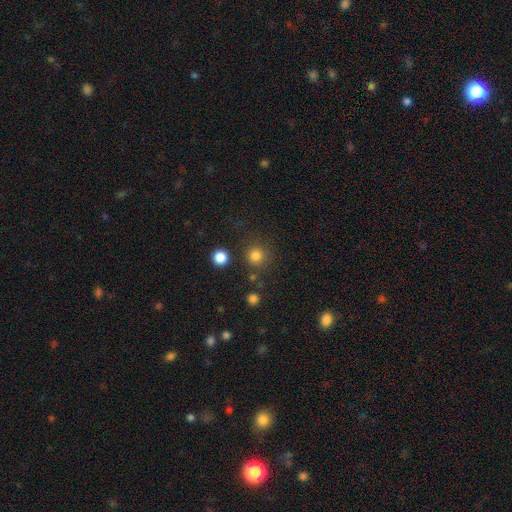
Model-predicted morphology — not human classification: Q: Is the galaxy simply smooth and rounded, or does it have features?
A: smooth — 81%.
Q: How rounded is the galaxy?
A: round — 93%.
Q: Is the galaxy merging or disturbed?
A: none — 81%.